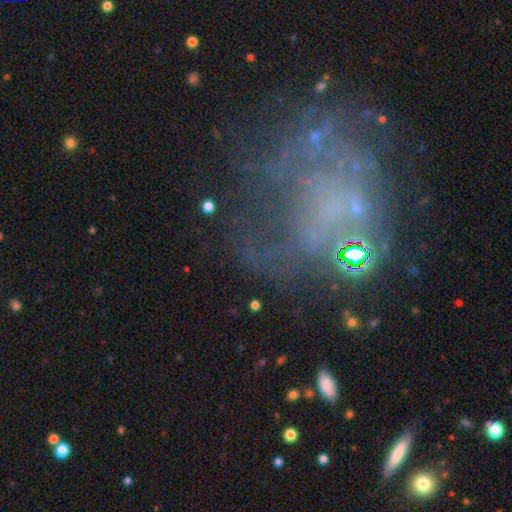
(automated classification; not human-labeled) Smooth or featured: featured or disk — 51% (star or artifact — 27%)
Edge-on disk: no — 97% (yes — 3%)
Merging: none — 45% (major disturbance — 31%)